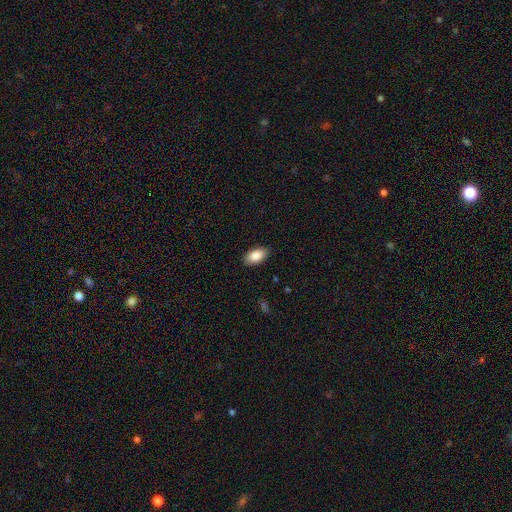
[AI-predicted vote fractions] This is clearly a smooth galaxy (88%). How rounded: clearly in between (93%). Merging: clearly none (87%).